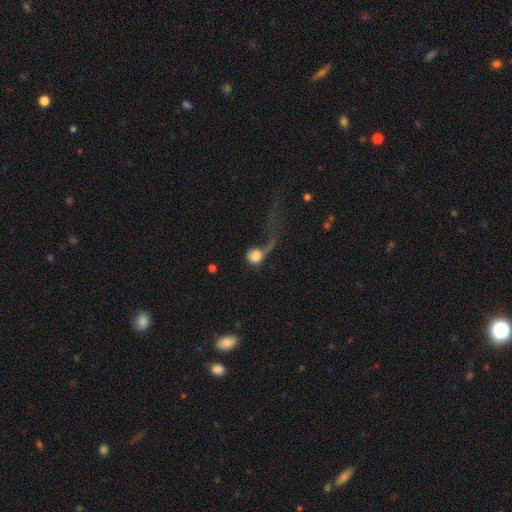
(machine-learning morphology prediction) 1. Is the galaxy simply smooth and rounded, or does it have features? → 68% smooth, 23% featured or disk, 9% star or artifact.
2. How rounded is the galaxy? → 73% round, 24% in between, 2% cigar-shaped.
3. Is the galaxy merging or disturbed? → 64% major disturbance, 16% none, 11% minor disturbance, 8% merger.